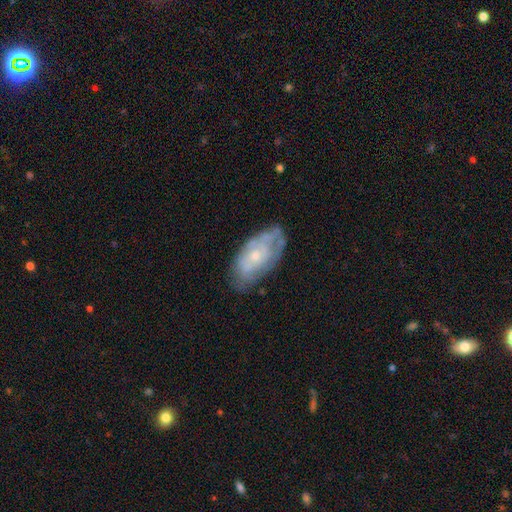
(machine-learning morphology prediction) This is possibly a featured or disk galaxy (60%). It is clearly not viewed edge-on (92%). Bar: clearly no (82%). Spiral arm pattern: possibly yes (53%). Central bulge: likely small (61%). Merging: likely none (60%).